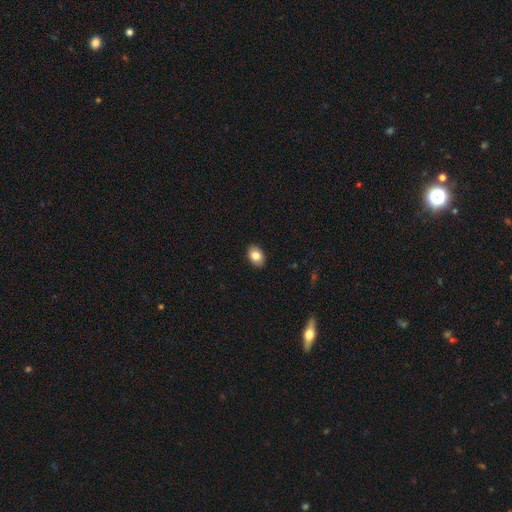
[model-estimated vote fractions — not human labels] This appears to be a smooth galaxy with no disk features (82%) that is in between round and cigar-shaped (82%). Merging: none (89%).